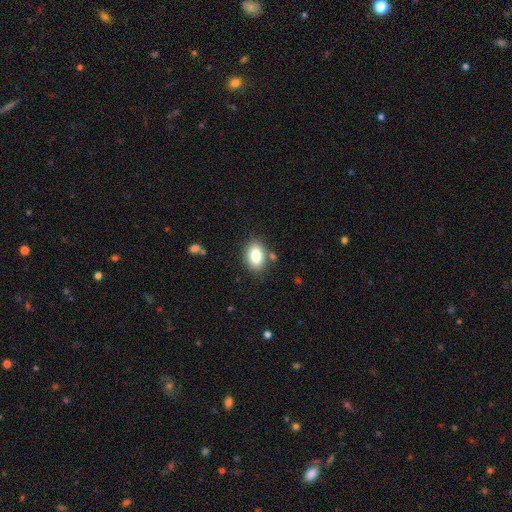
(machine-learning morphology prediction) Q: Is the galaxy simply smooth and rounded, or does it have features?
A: smooth — 84%.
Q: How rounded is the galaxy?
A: in between — 84%.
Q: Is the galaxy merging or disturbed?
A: none — 79%.